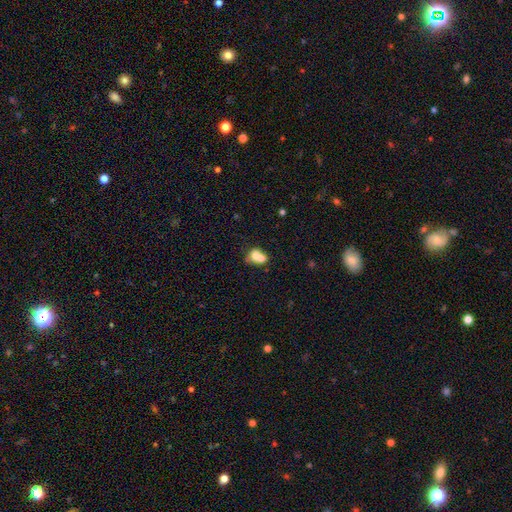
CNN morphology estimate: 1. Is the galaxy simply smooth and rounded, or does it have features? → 69% smooth, 21% featured or disk, 9% star or artifact.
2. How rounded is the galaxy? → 50% round, 49% in between, 1% cigar-shaped.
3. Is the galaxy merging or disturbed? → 67% merger, 21% none, 8% minor disturbance, 4% major disturbance.